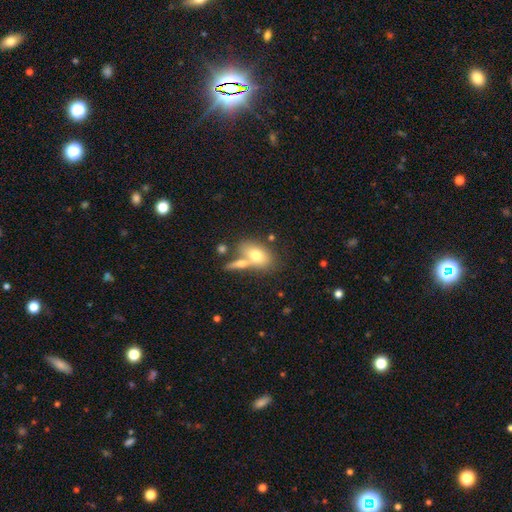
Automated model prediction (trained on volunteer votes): A smooth galaxy with no disk features (71%) that is in between round and cigar-shaped (82%).

Vote fractions:
- Smooth or featured? smooth: 71% / featured or disk: 21% / star or artifact: 8%
- How rounded? in between: 82% / round: 13% / cigar-shaped: 5%
- Merging? none: 46% / merger: 36% / minor disturbance: 12% / major disturbance: 5%